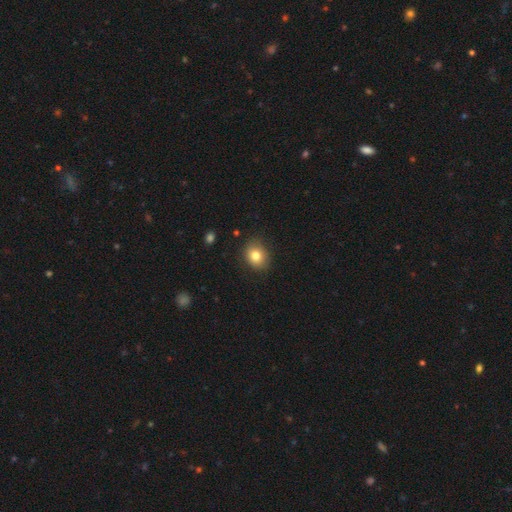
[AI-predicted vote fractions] Smooth or featured? smooth (81%)
How rounded? round (59%)
Merging? none (84%)